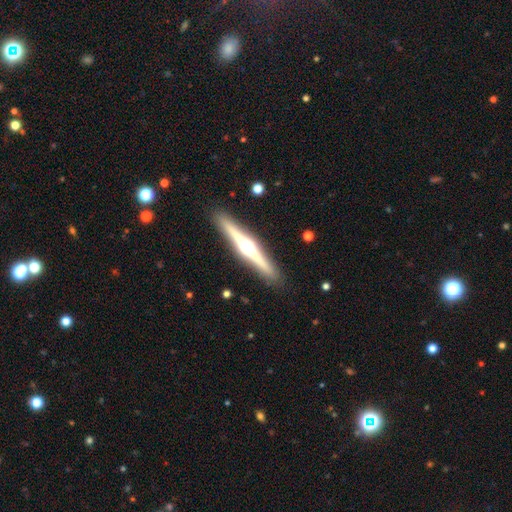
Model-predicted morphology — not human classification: This appears to be a featured or disk galaxy (78%) viewed edge-on (98%) with a rounded central bulge (90%). Merging: none (91%).